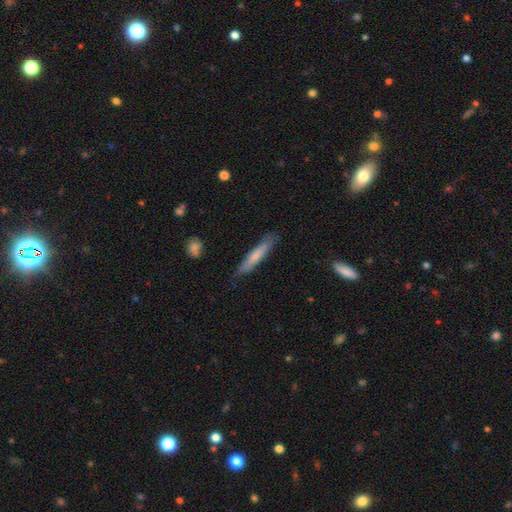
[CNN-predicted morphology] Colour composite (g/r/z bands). It shows a smooth galaxy with no disk features (68%) that is cigar-shaped (91%). Merging: none (82%).